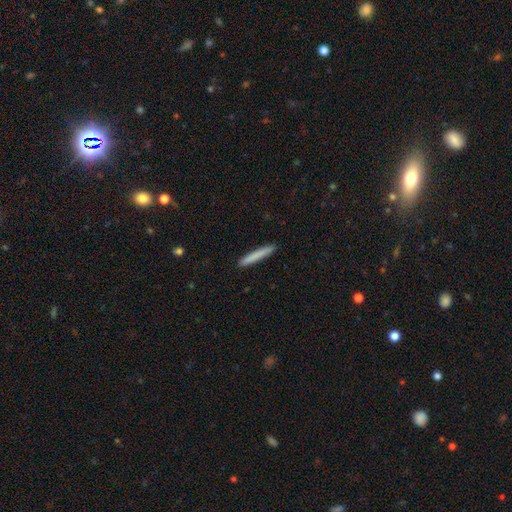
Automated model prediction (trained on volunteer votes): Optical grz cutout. It shows a smooth galaxy with no disk features (80%) that is cigar-shaped (96%). Merging: none (92%).